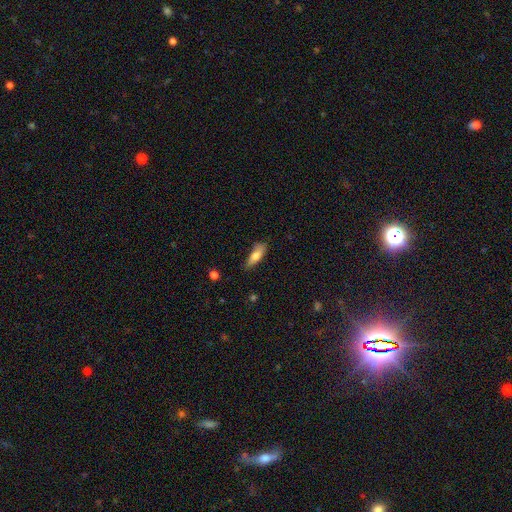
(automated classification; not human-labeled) Morphology: type=smooth (74%); roundness=in between (56%); merging=none (68%).